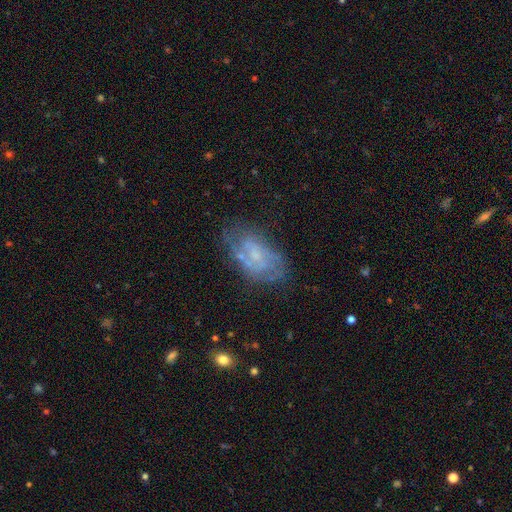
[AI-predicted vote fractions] Smooth or featured: featured or disk — 61% (smooth — 29%)
Edge-on disk: no — 95% (yes — 5%)
Bar: no — 62% (weak — 31%)
Spiral arms: yes — 53% (no — 47%)
Bulge size: small — 48% (none — 32%)
Merging: none — 54% (minor disturbance — 25%)